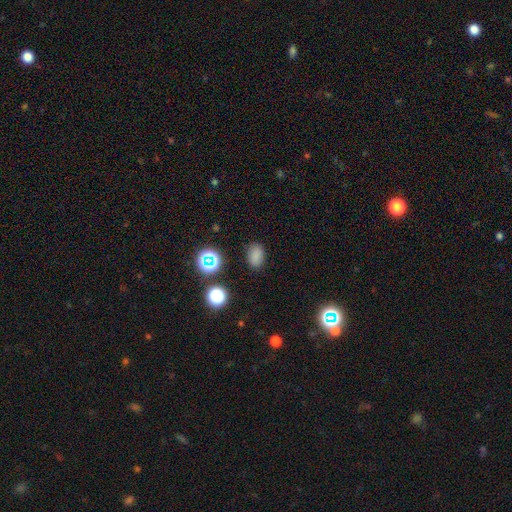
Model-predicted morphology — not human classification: Q: Smooth or featured?
A: smooth (78%); runner-up: star or artifact (17%)
Q: How rounded?
A: in between (82%); runner-up: round (16%)
Q: Merging?
A: none (84%); runner-up: minor disturbance (11%)